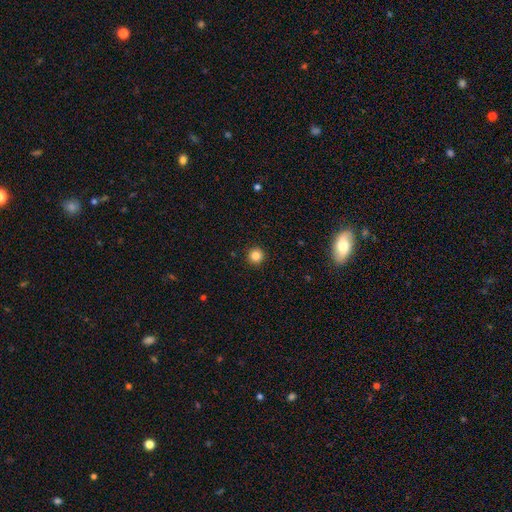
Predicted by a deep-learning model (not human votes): smooth_or_featured: smooth (p=0.84) [alt: star or artifact p=0.12]
how_rounded: round (p=0.96) [alt: in between p=0.03]
merging: none (p=0.93) [alt: minor disturbance p=0.04]